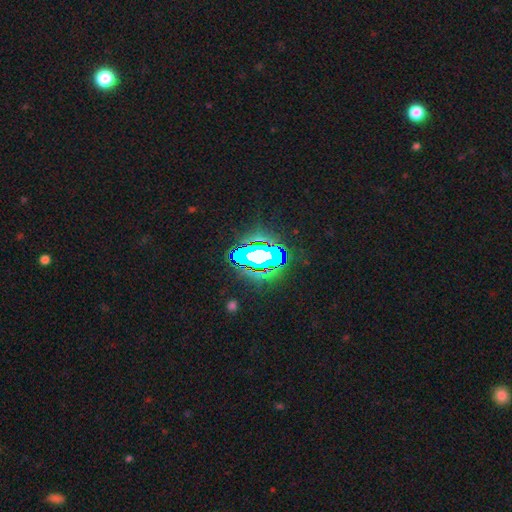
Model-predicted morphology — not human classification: A star or artifact, not a galaxy (58%).

Vote fractions:
- Smooth or featured? star or artifact: 58% / featured or disk: 22% / smooth: 20%